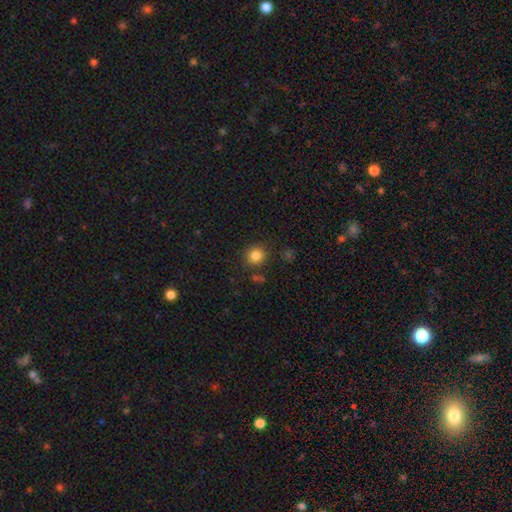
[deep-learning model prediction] Smooth or featured? Predicted: smooth (p=0.83). How rounded? Predicted: round (p=0.88). Merging? Predicted: none (p=0.85).